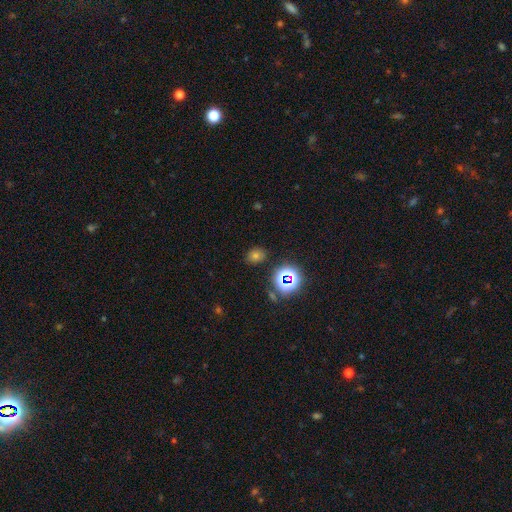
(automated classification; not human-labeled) smooth 62%, star or artifact 30%, featured or disk 8%. Down the decision tree: how rounded — round (55%); merging — none (85%).